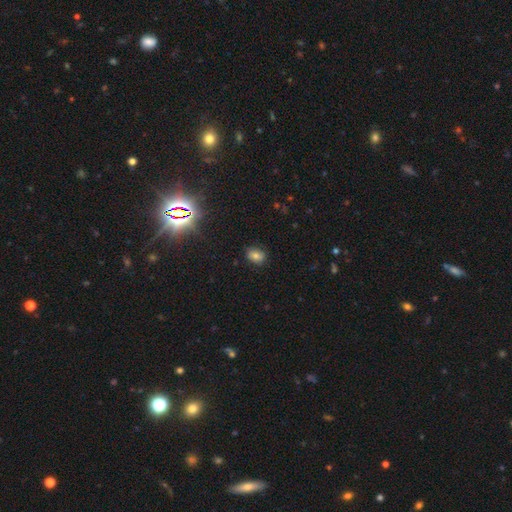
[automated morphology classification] A smooth galaxy with no disk features (74%) that is in between round and cigar-shaped (64%).

Vote fractions:
- Smooth or featured? smooth: 74% / star or artifact: 16% / featured or disk: 10%
- How rounded? in between: 64% / round: 35% / cigar-shaped: 1%
- Merging? none: 82% / minor disturbance: 13% / major disturbance: 3% / merger: 1%